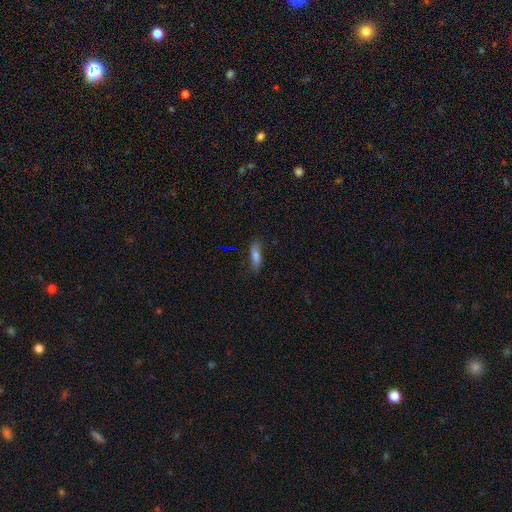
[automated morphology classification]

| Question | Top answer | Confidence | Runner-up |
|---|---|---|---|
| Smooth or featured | smooth | 73% | featured or disk (17%) |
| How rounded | cigar-shaped | 50% | in between (48%) |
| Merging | none | 74% | minor disturbance (19%) |